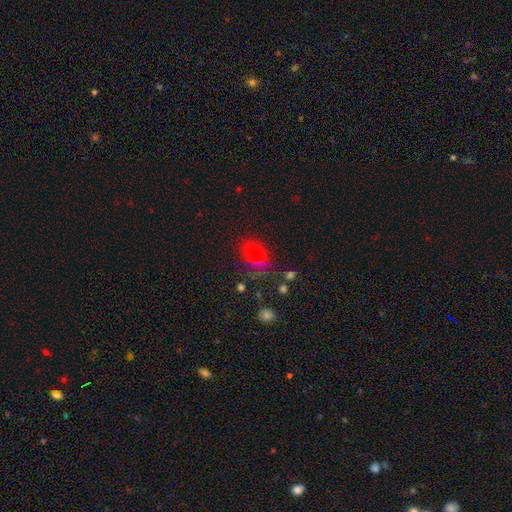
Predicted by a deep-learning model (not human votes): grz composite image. It shows a smooth galaxy with no disk features (62%) that is round (54%). Merging: none (65%).